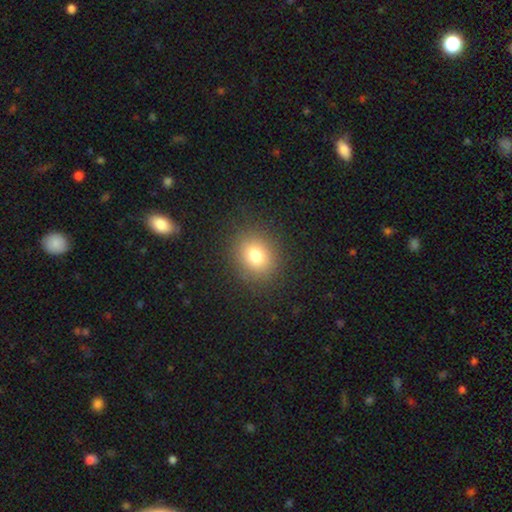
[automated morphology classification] type=smooth (77%); roundness=round (73%); merging=none (87%).